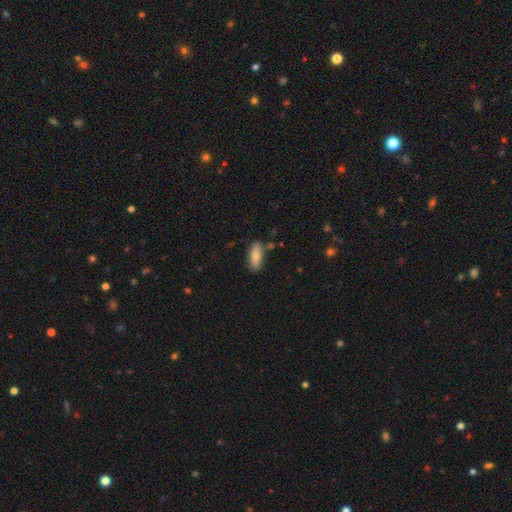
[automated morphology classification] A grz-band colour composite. It shows a smooth galaxy with no disk features (71%) that is in between round and cigar-shaped (67%). Merging: none (79%).